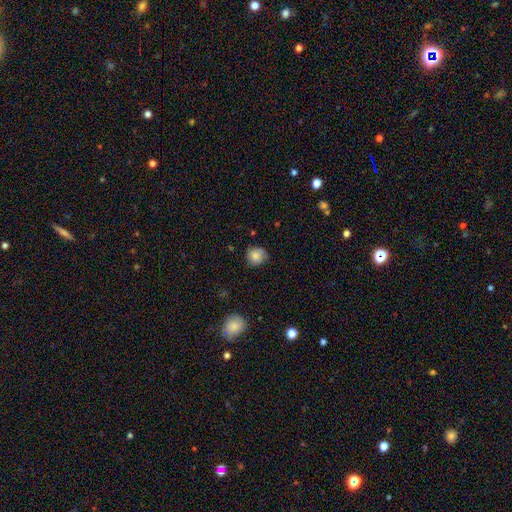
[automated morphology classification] type=smooth (79%); roundness=round (86%); merging=none (70%).